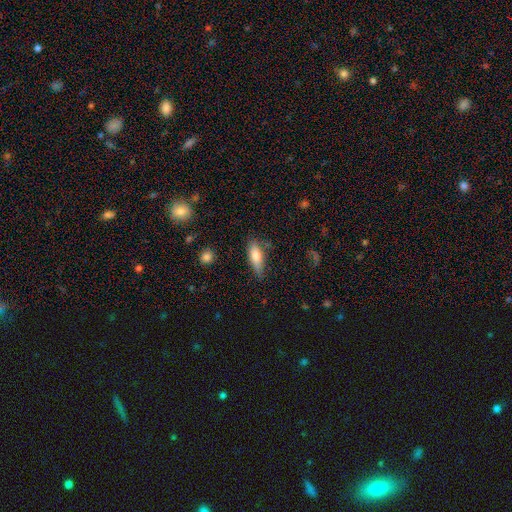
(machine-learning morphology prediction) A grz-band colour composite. It shows a smooth galaxy with no disk features (74%) that is in between round and cigar-shaped (64%). Merging: none (69%).